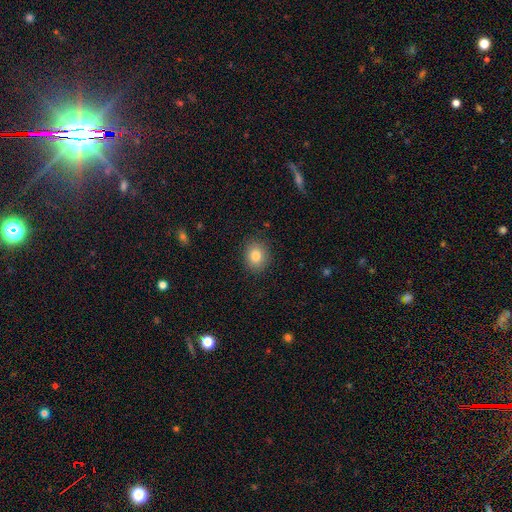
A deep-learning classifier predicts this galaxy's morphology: Overall: smooth (82%). How rounded: round (61%; in between 38%). Merging: none (87%).